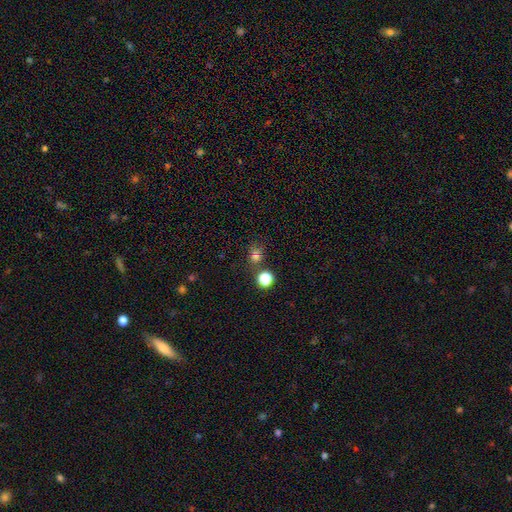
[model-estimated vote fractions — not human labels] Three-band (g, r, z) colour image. It shows a smooth galaxy with no disk features (68%) that is round (74%). Merging: none (68%).